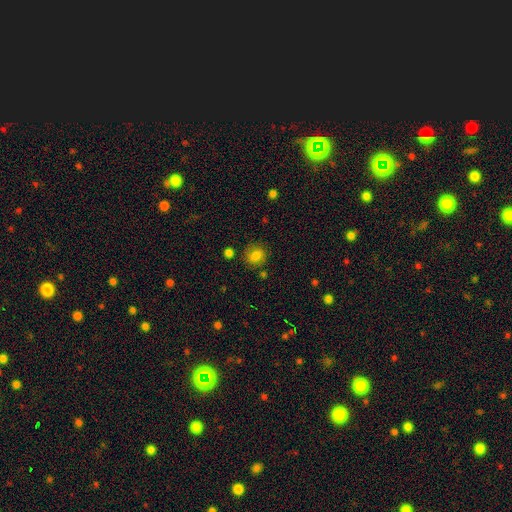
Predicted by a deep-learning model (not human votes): This appears to be a smooth galaxy with no disk features (80%) that is round (67%). Merging: none (79%).